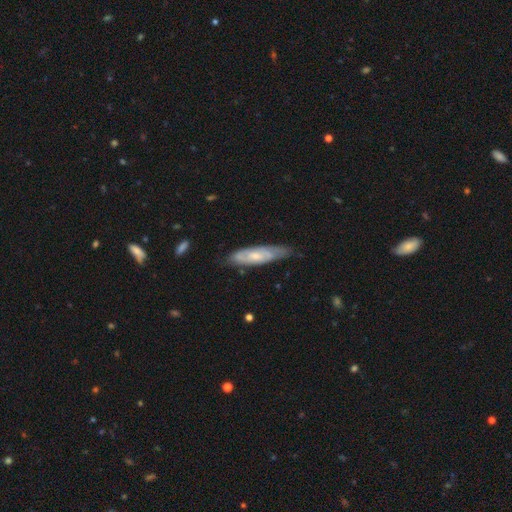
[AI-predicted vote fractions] smooth_or_featured: featured or disk (p=0.53) [alt: smooth p=0.41]
disk_edge_on: no (p=0.67) [alt: yes p=0.33]
merging: none (p=0.67) [alt: minor disturbance p=0.25]